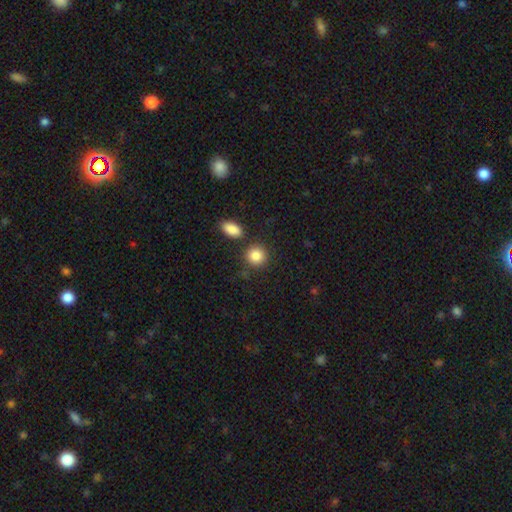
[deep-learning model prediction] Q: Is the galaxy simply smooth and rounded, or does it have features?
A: smooth — 87%.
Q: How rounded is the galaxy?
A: round — 85%.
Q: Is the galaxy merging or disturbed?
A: none — 79%.